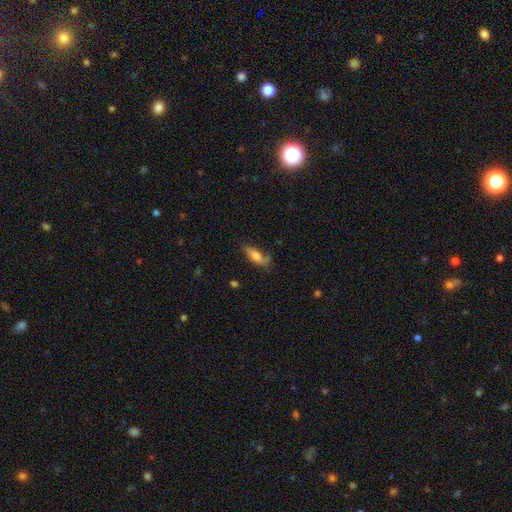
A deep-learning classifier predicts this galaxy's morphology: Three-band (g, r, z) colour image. It shows a smooth galaxy with no disk features (69%) that is in between round and cigar-shaped (68%). Merging: none (61%).